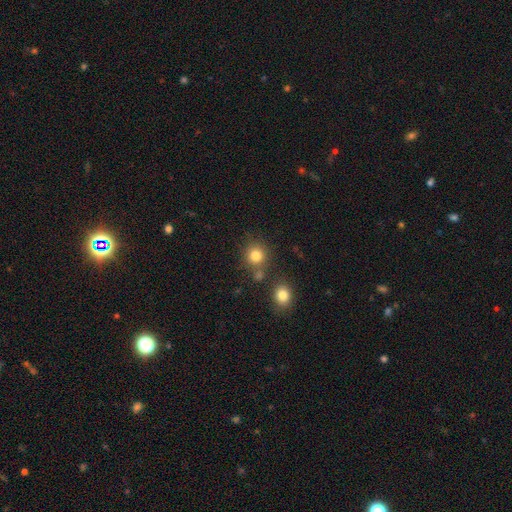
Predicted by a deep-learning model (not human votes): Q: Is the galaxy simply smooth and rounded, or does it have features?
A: smooth — 82%.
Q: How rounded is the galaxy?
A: round — 89%.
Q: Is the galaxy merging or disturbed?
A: none — 74%.